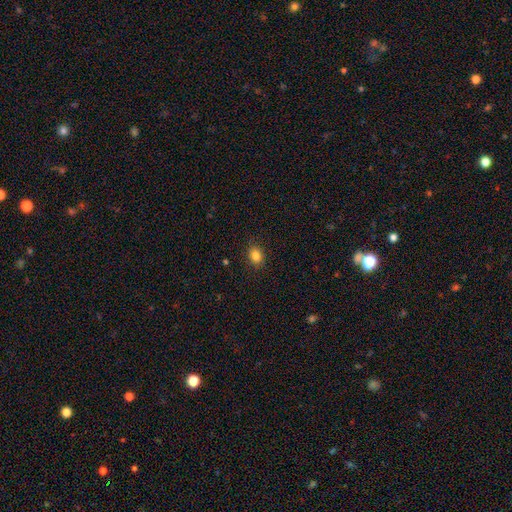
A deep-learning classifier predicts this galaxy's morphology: smooth-or-featured: smooth: 84% | star or artifact: 11% | featured or disk: 5%
  how-rounded: in between: 53% | round: 46% | cigar-shaped: 1%
  merging: none: 86% | minor disturbance: 10% | major disturbance: 3% | merger: 1%